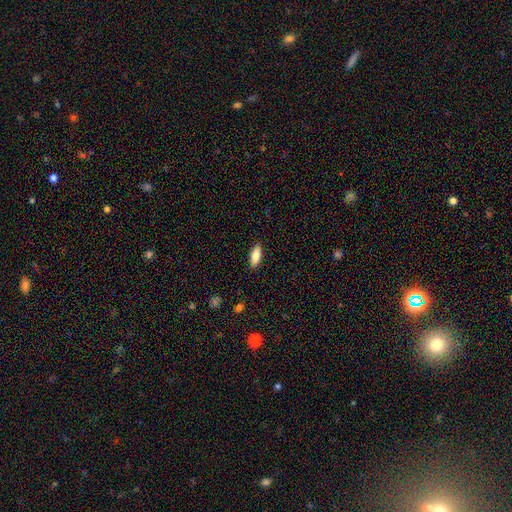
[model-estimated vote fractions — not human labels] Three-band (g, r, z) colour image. It shows a smooth galaxy with no disk features (82%) that is in between round and cigar-shaped (71%). Merging: none (88%).